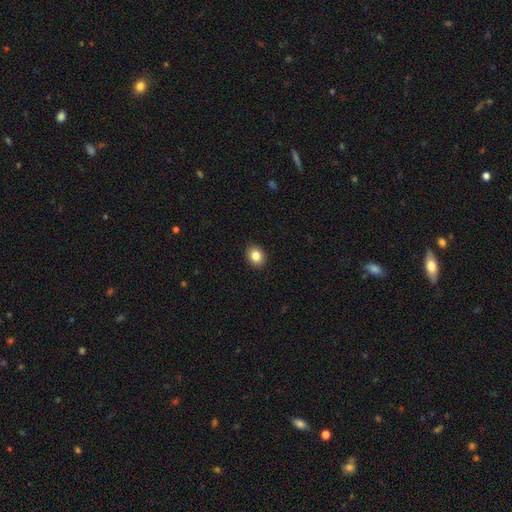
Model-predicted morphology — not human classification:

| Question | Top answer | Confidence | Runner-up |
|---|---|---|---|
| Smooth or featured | smooth | 84% | star or artifact (10%) |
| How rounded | round | 58% | in between (41%) |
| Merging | none | 91% | minor disturbance (6%) |